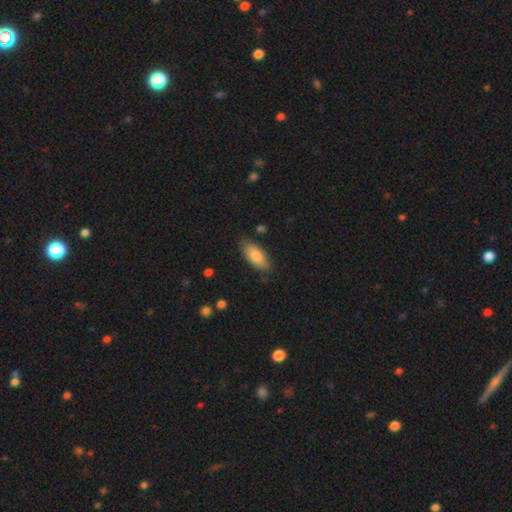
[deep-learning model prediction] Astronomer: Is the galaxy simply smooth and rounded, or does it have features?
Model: smooth — 85%.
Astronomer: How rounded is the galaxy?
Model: in between — 87%.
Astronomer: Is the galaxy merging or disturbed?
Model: none — 79%.